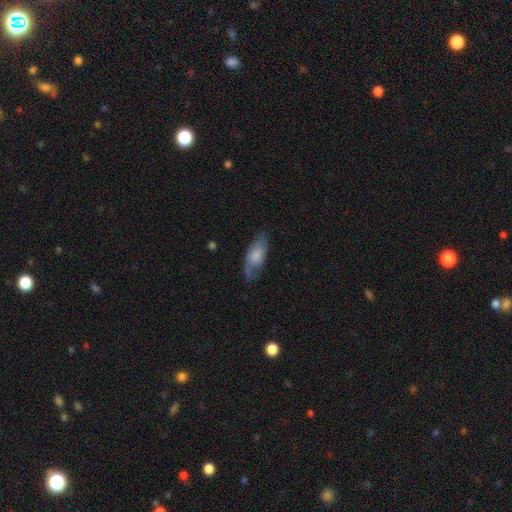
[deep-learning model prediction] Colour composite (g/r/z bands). It shows a smooth galaxy with no disk features (66%) that is in between round and cigar-shaped (79%). Merging: none (66%).